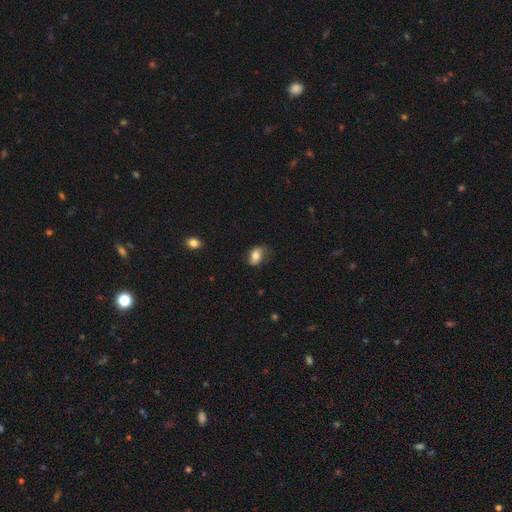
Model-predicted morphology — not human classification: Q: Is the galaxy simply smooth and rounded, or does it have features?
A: smooth — 75%.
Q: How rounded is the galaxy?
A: in between — 82%.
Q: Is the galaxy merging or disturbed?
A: none — 67%.